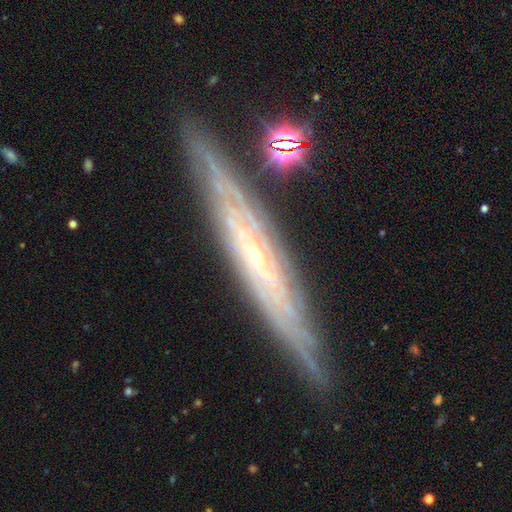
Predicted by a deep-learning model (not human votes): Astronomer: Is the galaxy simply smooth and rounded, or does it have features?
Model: featured or disk — 81%.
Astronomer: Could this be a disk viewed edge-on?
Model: yes — 72%.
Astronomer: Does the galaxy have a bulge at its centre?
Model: none — 56% (runner-up: rounded, 40%).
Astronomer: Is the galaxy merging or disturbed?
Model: none — 82%.